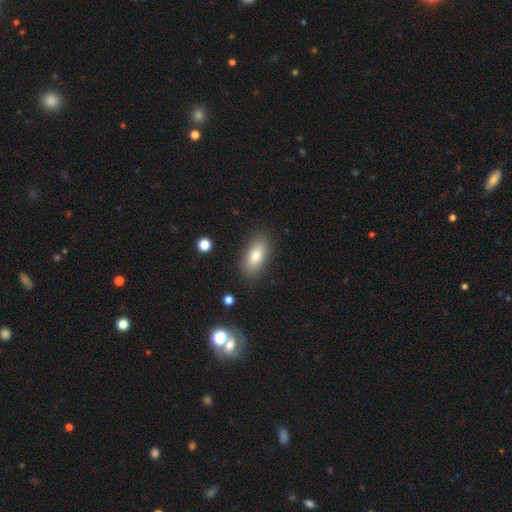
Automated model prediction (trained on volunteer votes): Smooth or featured?
  - smooth: 81% *
  - featured or disk: 12%
  - star or artifact: 8%
How rounded?
  - in between: 87% *
  - cigar-shaped: 9%
  - round: 4%
Merging?
  - none: 85% *
  - minor disturbance: 10%
  - major disturbance: 3%
  - merger: 2%